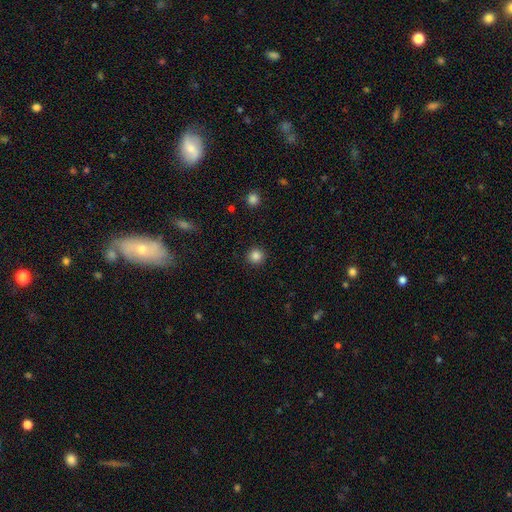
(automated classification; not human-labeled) A smooth galaxy with no disk features (85%) that is round (94%).

Vote fractions:
- Smooth or featured? smooth: 85% / star or artifact: 11% / featured or disk: 4%
- How rounded? round: 94% / in between: 5% / cigar-shaped: 1%
- Merging? none: 92% / minor disturbance: 5% / major disturbance: 2% / merger: 1%